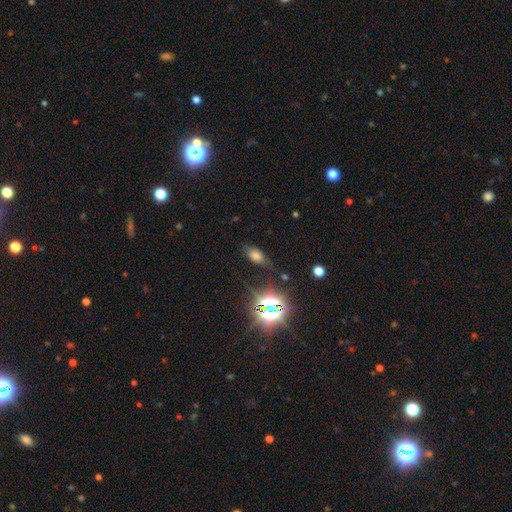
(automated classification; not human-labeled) Smooth or featured? Predicted: smooth (p=0.62). How rounded? Predicted: in between (p=0.86). Merging? Predicted: none (p=0.72).